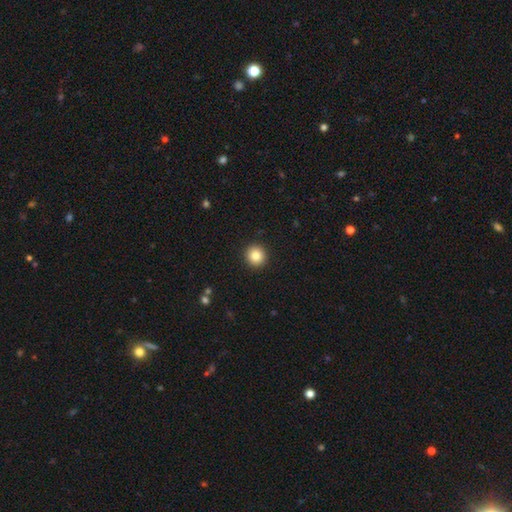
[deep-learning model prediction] Smooth or featured?
  - smooth: 83% *
  - star or artifact: 10%
  - featured or disk: 7%
How rounded?
  - round: 93% *
  - in between: 6%
  - cigar-shaped: 1%
Merging?
  - none: 93% *
  - minor disturbance: 5%
  - major disturbance: 2%
  - merger: 1%